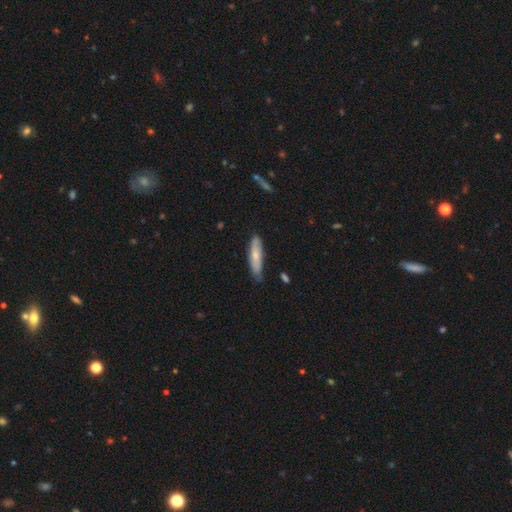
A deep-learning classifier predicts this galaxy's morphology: Smooth or featured?
  - smooth: 65% *
  - featured or disk: 30%
  - star or artifact: 6%
How rounded?
  - cigar-shaped: 71% *
  - in between: 27%
  - round: 2%
Merging?
  - none: 71% *
  - minor disturbance: 23%
  - major disturbance: 4%
  - merger: 2%